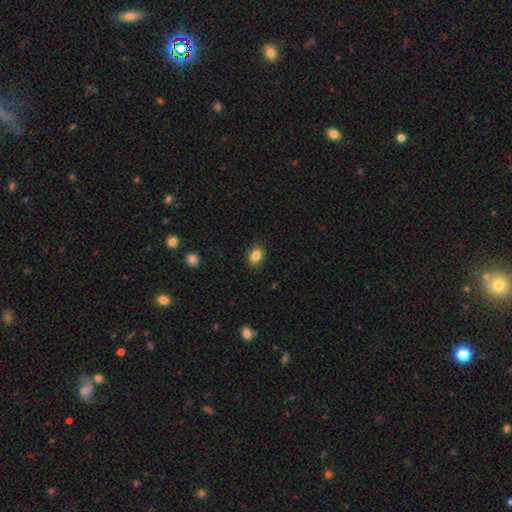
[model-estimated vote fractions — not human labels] Smooth or featured: smooth — 85% (star or artifact — 9%)
How rounded: in between — 79% (round — 20%)
Merging: none — 87% (minor disturbance — 10%)